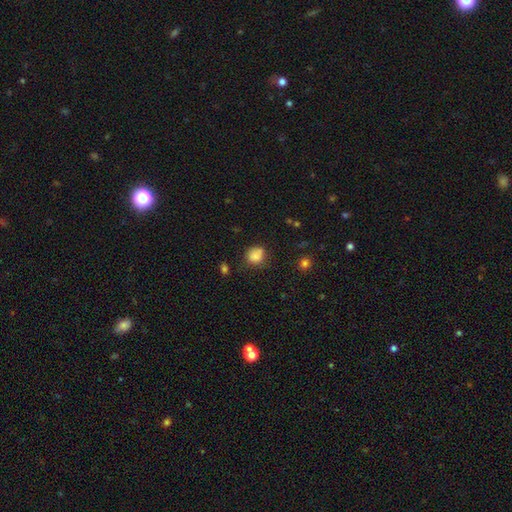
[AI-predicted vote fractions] A smooth galaxy with no disk features (82%) that is round (74%). Merging: none (60%).